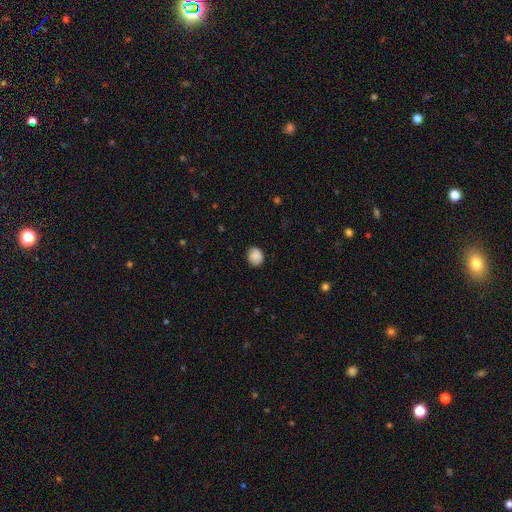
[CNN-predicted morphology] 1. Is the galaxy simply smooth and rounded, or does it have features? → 85% smooth, 8% star or artifact, 7% featured or disk.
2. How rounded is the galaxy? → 67% round, 32% in between, 1% cigar-shaped.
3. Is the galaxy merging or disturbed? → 82% none, 14% minor disturbance, 3% major disturbance, 1% merger.